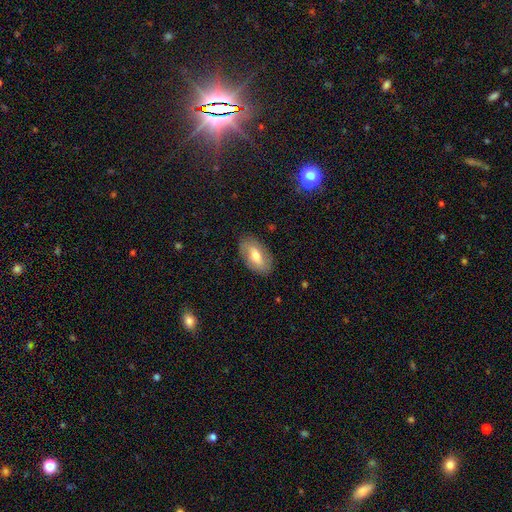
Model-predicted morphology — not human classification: smooth_or_featured: smooth (p=0.60) [alt: featured or disk p=0.33]
how_rounded: in between (p=0.92) [alt: round p=0.05]
merging: none (p=0.83) [alt: minor disturbance p=0.12]